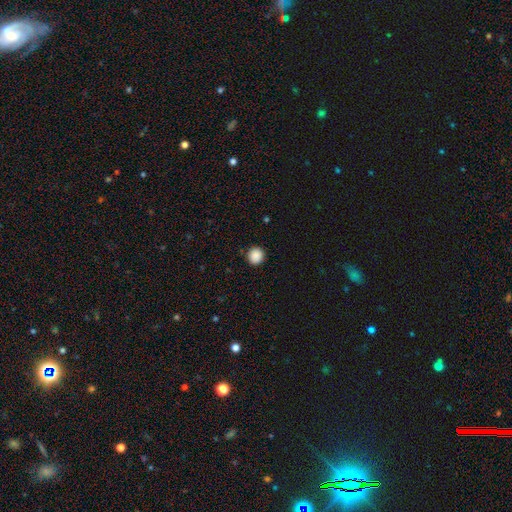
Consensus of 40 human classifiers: Volunteers were most divided on "smooth or featured": smooth: 88%, star or artifact: 8%, featured or disk: 5%. More confident: how rounded — round (94%); merging — none (92%).